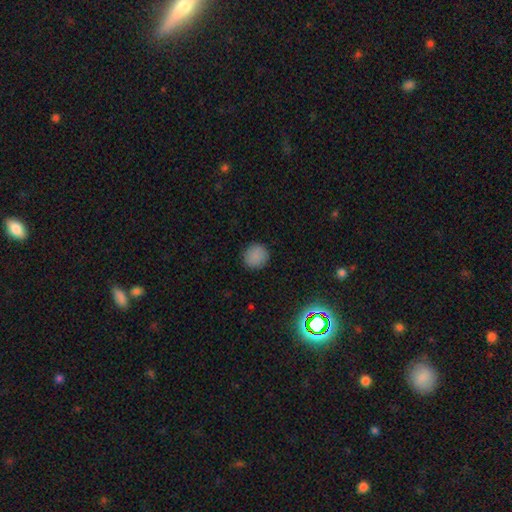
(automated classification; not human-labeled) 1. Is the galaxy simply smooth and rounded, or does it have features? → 85% smooth, 11% star or artifact, 4% featured or disk.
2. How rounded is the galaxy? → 92% round, 7% in between, 1% cigar-shaped.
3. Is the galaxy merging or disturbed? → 90% none, 7% minor disturbance, 2% major disturbance, 1% merger.